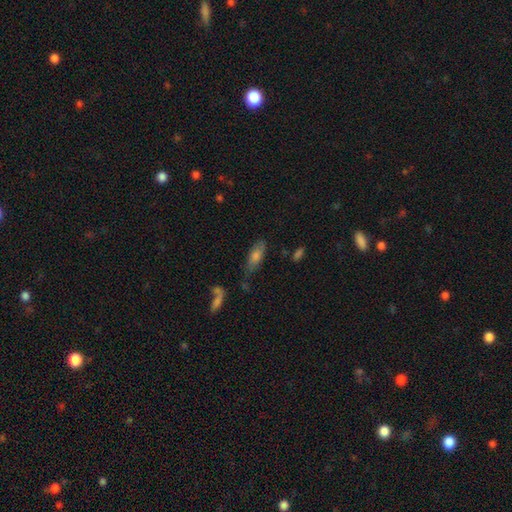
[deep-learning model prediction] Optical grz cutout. It shows a smooth galaxy with no disk features (68%) that is in between round and cigar-shaped (65%). Merging: none (64%).